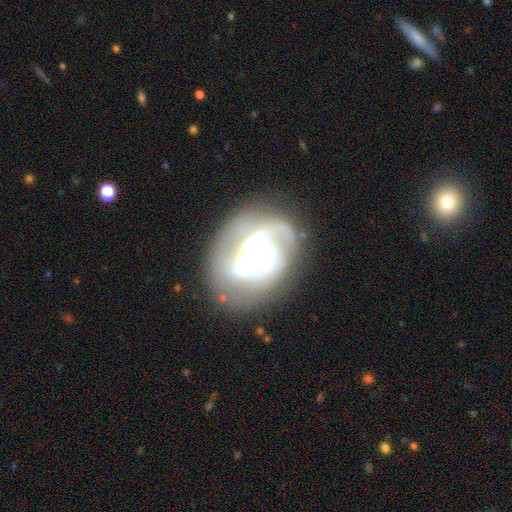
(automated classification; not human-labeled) Smooth or featured? featured or disk (77%)
Edge-on disk? no (97%)
Bar? no (63%)
Spiral arms? yes (78%)
Spiral winding? tight (49%)
Spiral arm count? can't tell (32%)
Bulge size? small (37%)
Merging? none (53%)